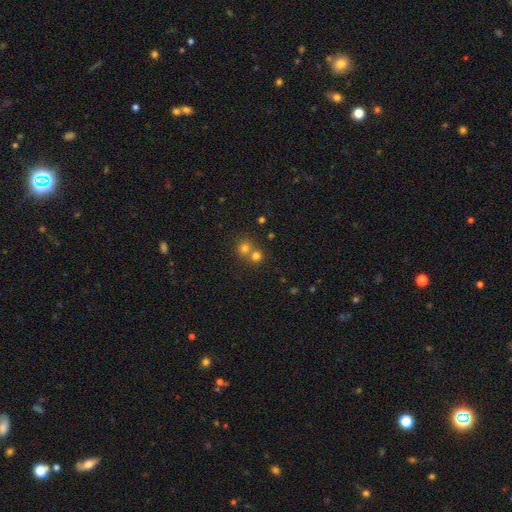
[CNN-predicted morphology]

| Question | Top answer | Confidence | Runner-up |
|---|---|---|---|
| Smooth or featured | smooth | 74% | star or artifact (17%) |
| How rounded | round | 87% | in between (12%) |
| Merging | merger | 48% | none (46%) |